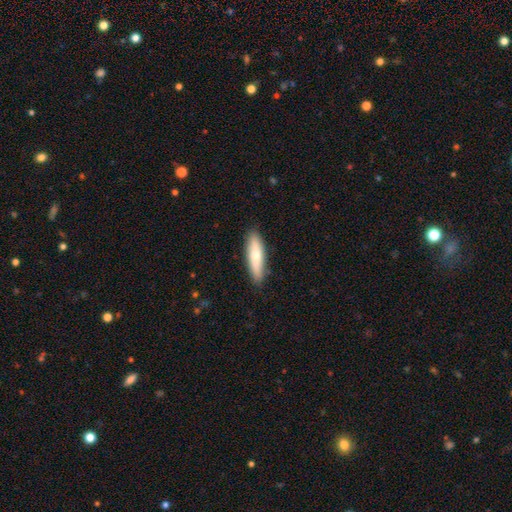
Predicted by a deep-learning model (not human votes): Smooth or featured: smooth — 68% (featured or disk — 26%)
How rounded: cigar-shaped — 63% (in between — 35%)
Merging: none — 87% (minor disturbance — 10%)